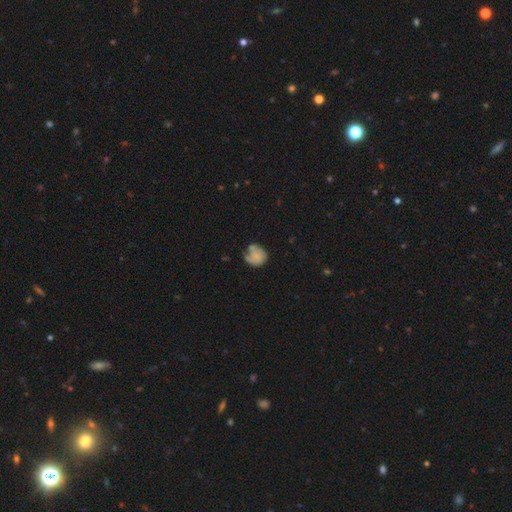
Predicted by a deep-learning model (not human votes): A smooth galaxy with no disk features (65%) that is round (76%).

Vote fractions:
- Smooth or featured? smooth: 65% / featured or disk: 26% / star or artifact: 9%
- How rounded? round: 76% / in between: 23% / cigar-shaped: 1%
- Merging? none: 47% / minor disturbance: 29% / major disturbance: 15% / merger: 9%